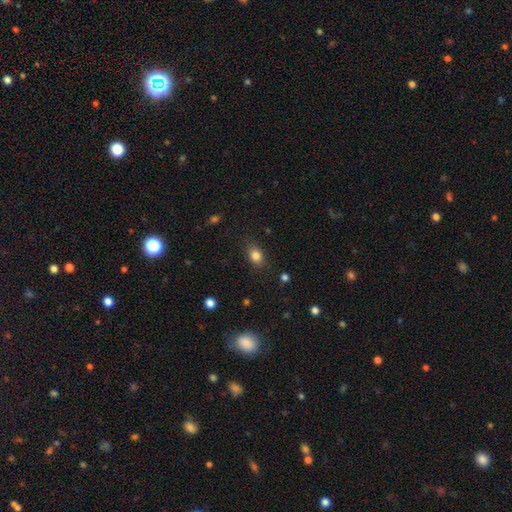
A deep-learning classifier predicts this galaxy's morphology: A smooth galaxy with no disk features (83%) that is in between round and cigar-shaped (69%).

Vote fractions:
- Smooth or featured? smooth: 83% / star or artifact: 10% / featured or disk: 7%
- How rounded? in between: 69% / round: 29% / cigar-shaped: 2%
- Merging? none: 83% / minor disturbance: 13% / major disturbance: 3% / merger: 1%